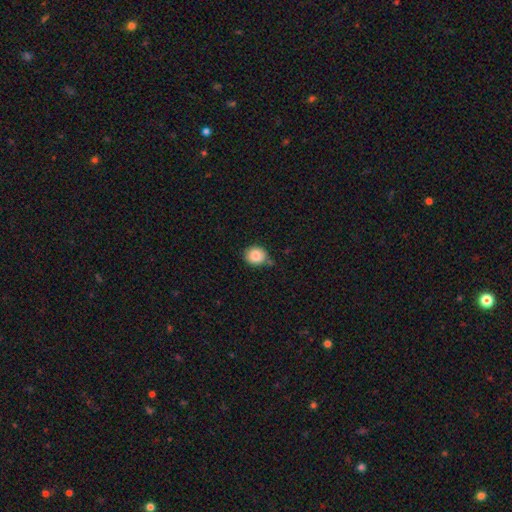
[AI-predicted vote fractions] Smooth or featured? smooth (85%)
How rounded? round (81%)
Merging? none (75%)